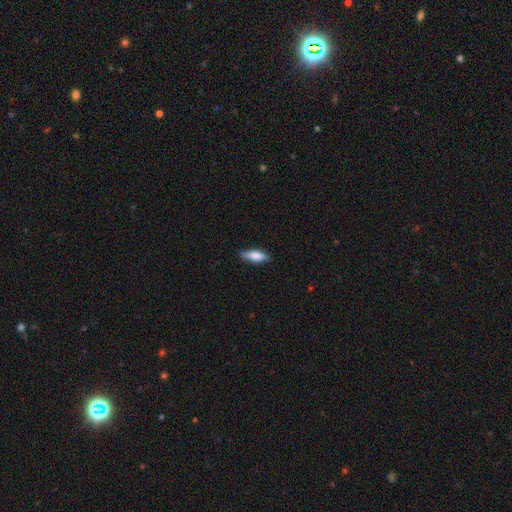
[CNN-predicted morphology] The model was most divided on "how rounded": in between: 52%, cigar-shaped: 46%, round: 2%. More confident: merging — none (81%); smooth or featured — smooth (71%).